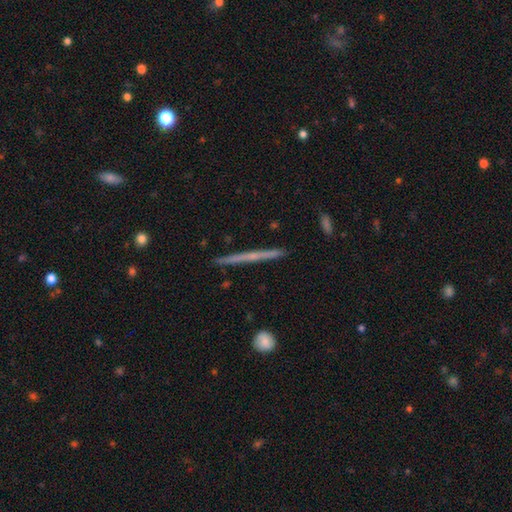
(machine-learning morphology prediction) smooth-or-featured: featured or disk: 59% | smooth: 35% | star or artifact: 6%
  disk-edge-on: yes: 98% | no: 2%
    edge-on-bulge: none: 74% | rounded: 21% | boxy: 5%
  merging: none: 92% | minor disturbance: 6% | major disturbance: 1% | merger: 1%